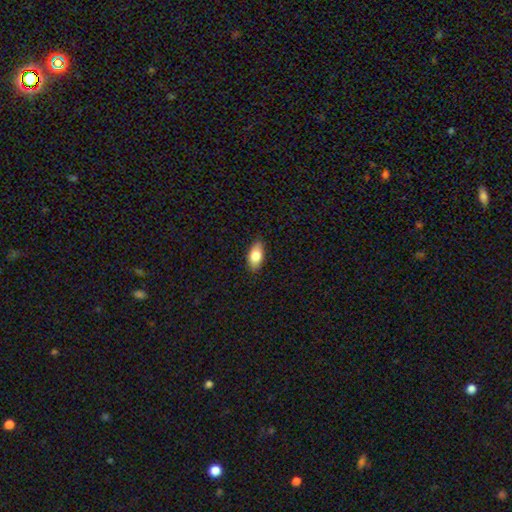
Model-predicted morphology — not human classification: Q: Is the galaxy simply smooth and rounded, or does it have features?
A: smooth — 82%.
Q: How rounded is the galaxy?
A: in between — 90%.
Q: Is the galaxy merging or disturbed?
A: none — 87%.